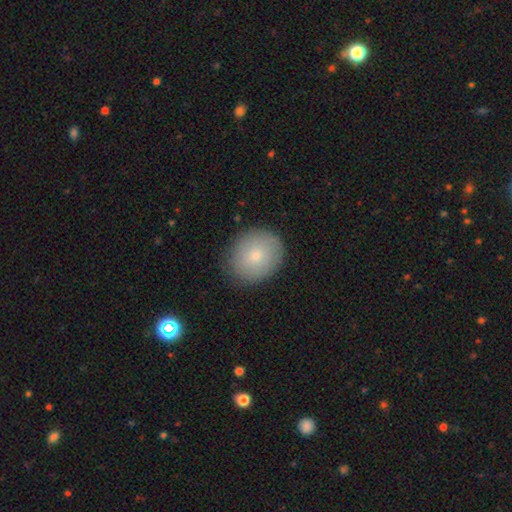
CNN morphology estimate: type=smooth (78%); roundness=round (67%); merging=none (86%).